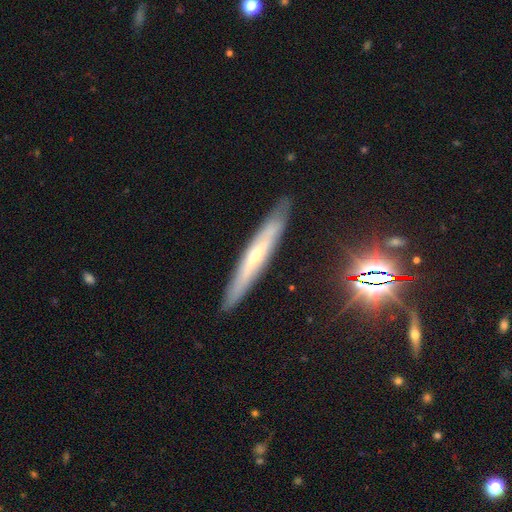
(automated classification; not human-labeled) featured or disk 64%, smooth 26%, star or artifact 10%. Down the decision tree: edge-on disk — yes (83%); edge-on bulge — rounded (68%); merging — none (88%).